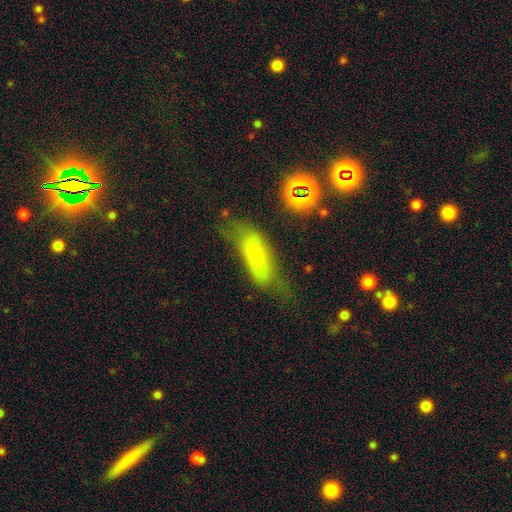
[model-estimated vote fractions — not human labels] The model was most divided on "how rounded": in between: 56%, cigar-shaped: 41%, round: 3%. More confident: smooth or featured — smooth (62%); merging — none (51%).